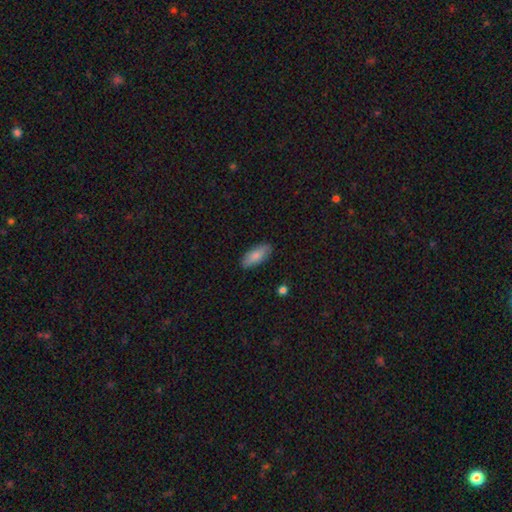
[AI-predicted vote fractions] Smooth or featured: smooth — 82% (featured or disk — 12%)
How rounded: in between — 80% (cigar-shaped — 18%)
Merging: none — 87% (minor disturbance — 10%)